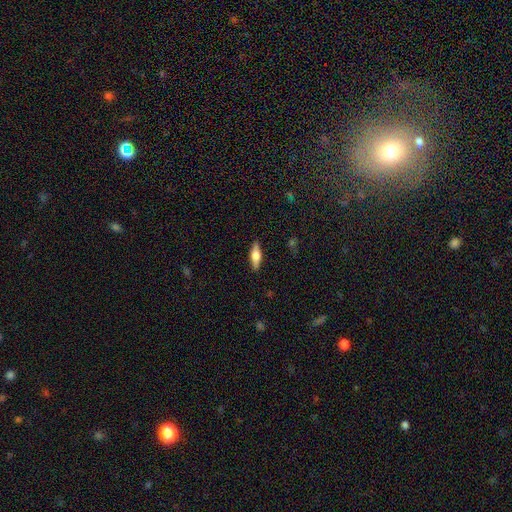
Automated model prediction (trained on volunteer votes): Smooth or featured? smooth (52%)
How rounded? in between (51%)
Merging? none (88%)